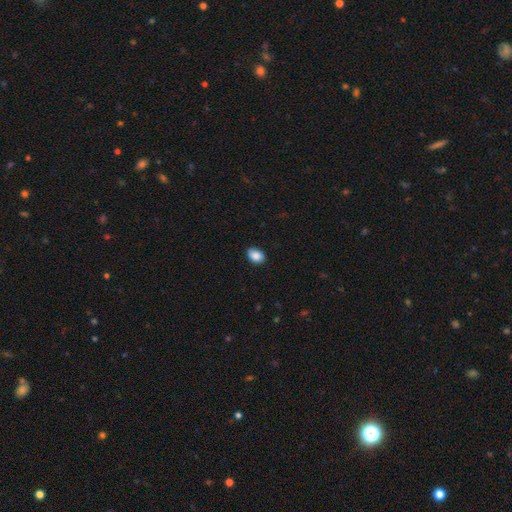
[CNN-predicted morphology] Smooth or featured: smooth — 87% (star or artifact — 7%)
How rounded: in between — 82% (round — 17%)
Merging: none — 85% (minor disturbance — 12%)